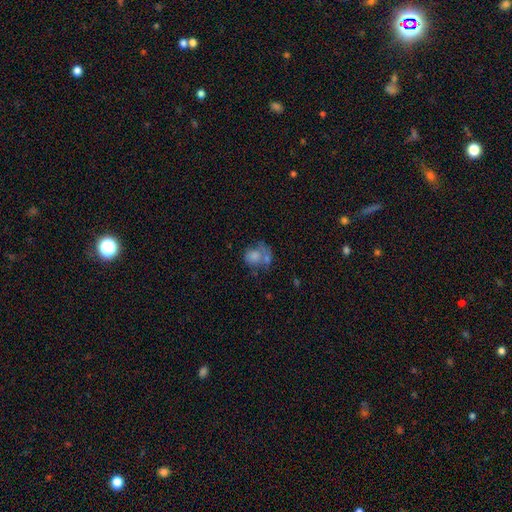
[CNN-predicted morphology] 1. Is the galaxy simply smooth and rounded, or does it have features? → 62% smooth, 25% featured or disk, 14% star or artifact.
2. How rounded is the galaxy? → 65% round, 34% in between, 1% cigar-shaped.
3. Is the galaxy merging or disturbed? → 32% merger (tied), 32% none (tied), 19% major disturbance, 17% minor disturbance.